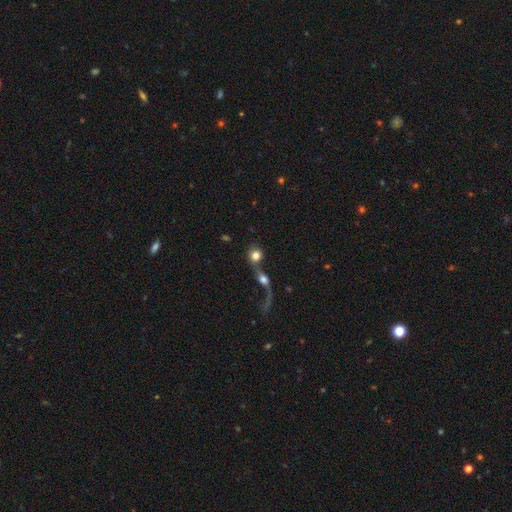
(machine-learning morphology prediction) Smooth or featured? Predicted: smooth (p=0.70). How rounded? Predicted: round (p=0.82). Merging? Predicted: merger (p=0.63).